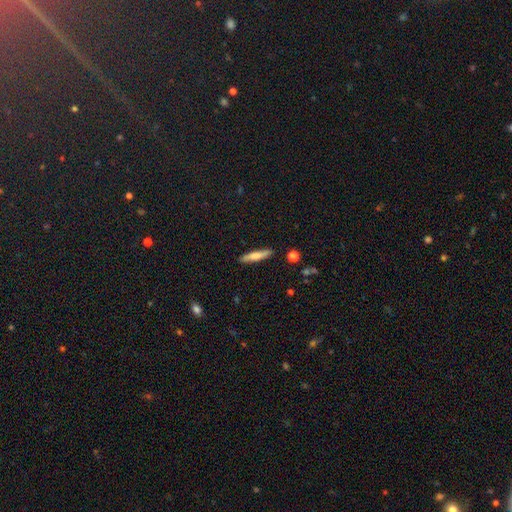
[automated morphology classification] Smooth or featured: smooth — 70% (featured or disk — 24%)
How rounded: cigar-shaped — 88% (in between — 10%)
Merging: none — 88% (minor disturbance — 9%)